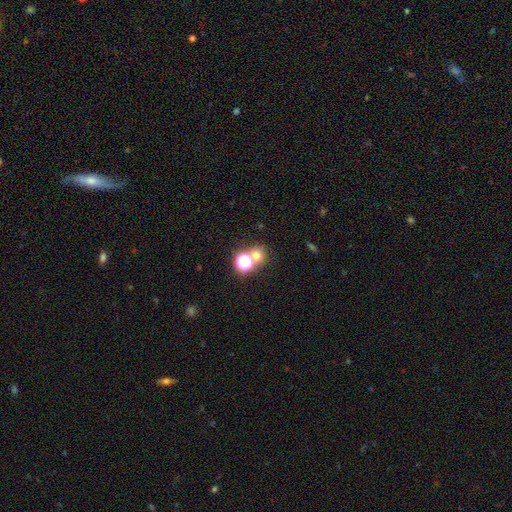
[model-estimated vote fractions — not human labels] smooth_or_featured: smooth (p=0.61) [alt: star or artifact p=0.31]
how_rounded: round (p=0.83) [alt: in between p=0.16]
merging: none (p=0.59) [alt: merger p=0.30]